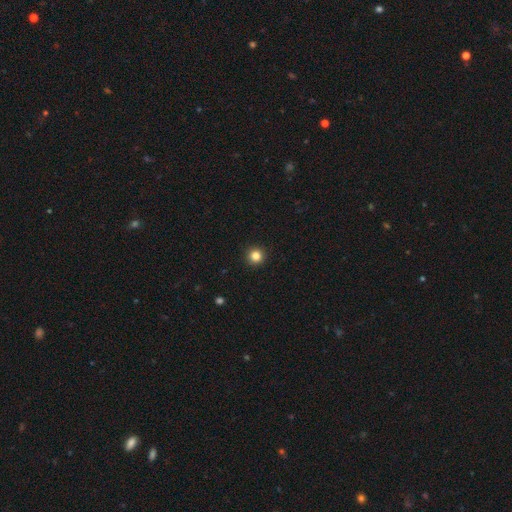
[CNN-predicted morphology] Smooth or featured?
  - smooth: 83% *
  - star or artifact: 12%
  - featured or disk: 5%
How rounded?
  - round: 96% *
  - in between: 3%
  - cigar-shaped: 1%
Merging?
  - none: 94% *
  - minor disturbance: 4%
  - major disturbance: 1%
  - merger: 1%